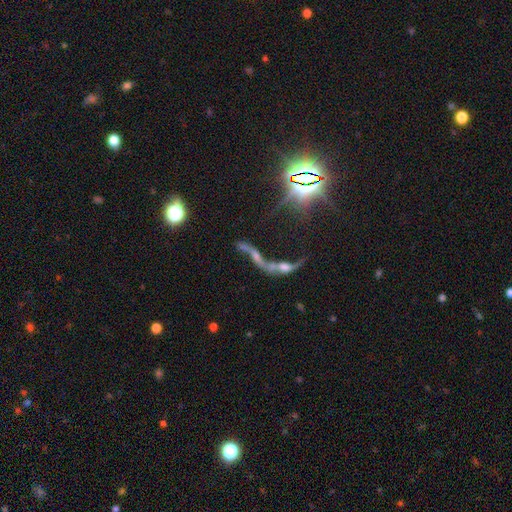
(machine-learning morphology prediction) Smooth or featured? featured or disk (57%)
Edge-on disk? no (77%)
Merging? merger (63%)